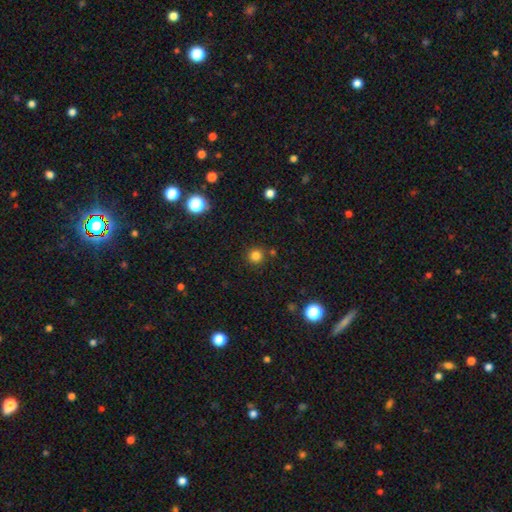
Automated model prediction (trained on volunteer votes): A smooth galaxy with no disk features (81%) that is round (94%).

Vote fractions:
- Smooth or featured? smooth: 81% / star or artifact: 15% / featured or disk: 4%
- How rounded? round: 94% / in between: 5% / cigar-shaped: 1%
- Merging? none: 85% / minor disturbance: 7% / merger: 5% / major disturbance: 2%